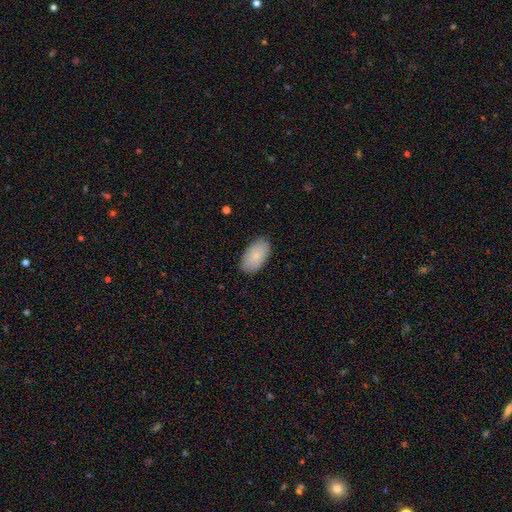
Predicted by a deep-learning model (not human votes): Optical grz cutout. It shows a smooth galaxy with no disk features (77%) that is in between round and cigar-shaped (94%). Merging: none (85%).